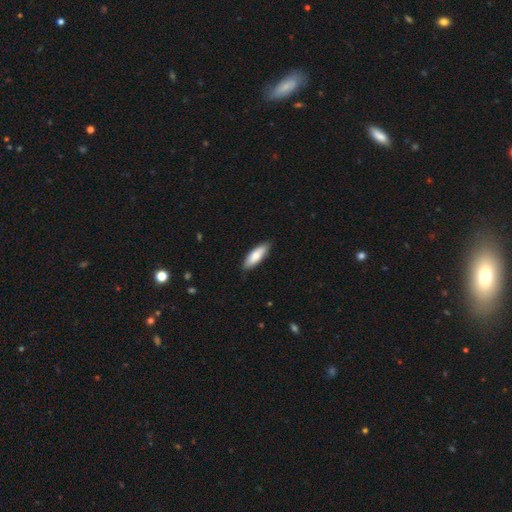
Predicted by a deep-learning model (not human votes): A smooth galaxy with no disk features (79%) that is in between round and cigar-shaped (60%).

Vote fractions:
- Smooth or featured? smooth: 79% / featured or disk: 16% / star or artifact: 5%
- How rounded? in between: 60% / cigar-shaped: 39% / round: 2%
- Merging? none: 87% / minor disturbance: 10% / major disturbance: 2% / merger: 1%